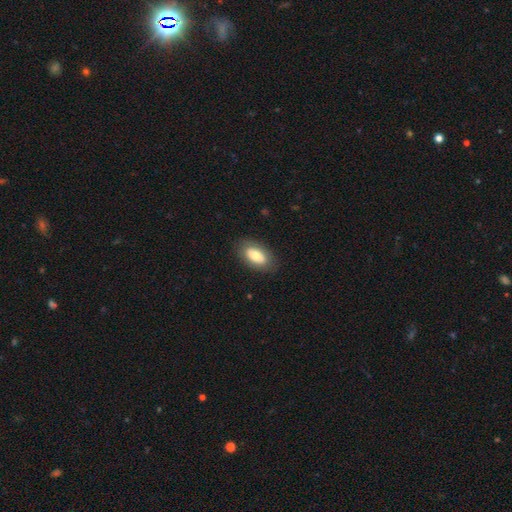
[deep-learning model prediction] smooth 65%, featured or disk 28%, star or artifact 7%. Down the decision tree: how rounded — in between (92%); merging — none (83%).